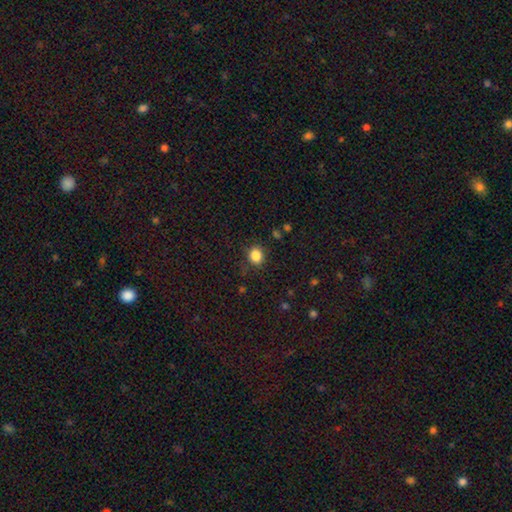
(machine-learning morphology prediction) type=smooth (85%); roundness=round (71%); merging=none (81%).